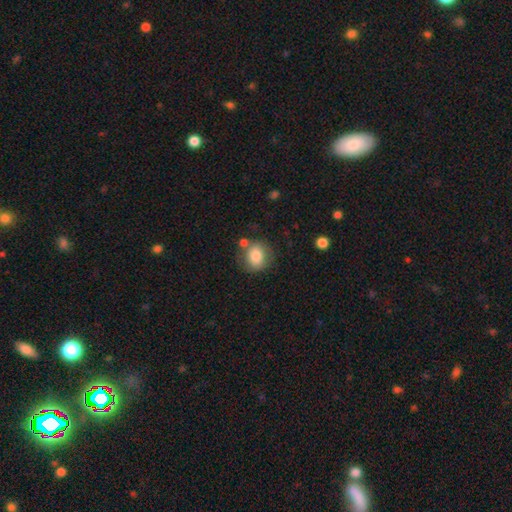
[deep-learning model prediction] The model was most divided on "how rounded": round: 72%, in between: 27%, cigar-shaped: 1%. More confident: smooth or featured — smooth (79%); merging — none (67%).